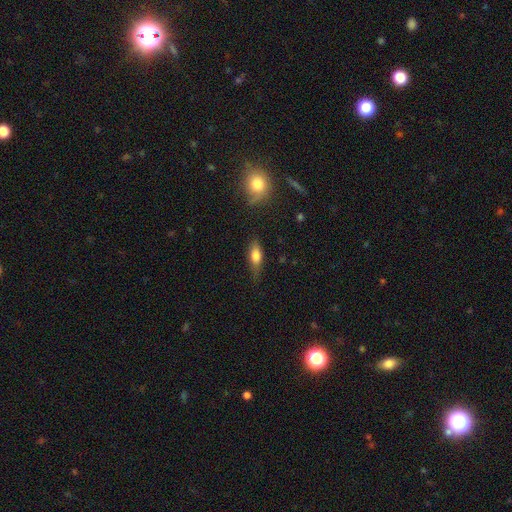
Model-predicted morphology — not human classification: Smooth or featured: smooth — 72% (featured or disk — 20%)
How rounded: in between — 68% (cigar-shaped — 27%)
Merging: none — 68% (minor disturbance — 24%)